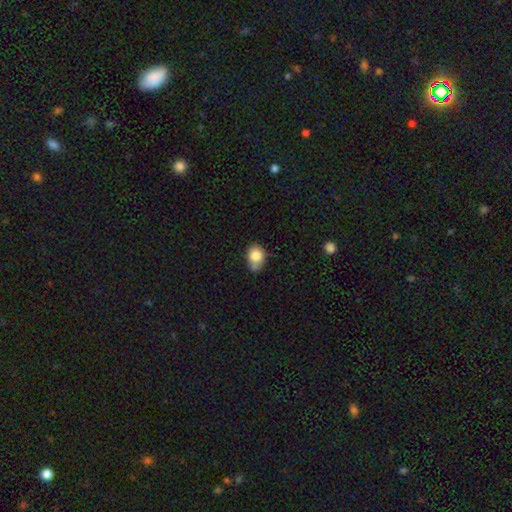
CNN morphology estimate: smooth_or_featured: smooth (p=0.80) [alt: featured or disk p=0.11]
how_rounded: round (p=0.50) [alt: in between p=0.49]
merging: none (p=0.47) [alt: minor disturbance p=0.30]